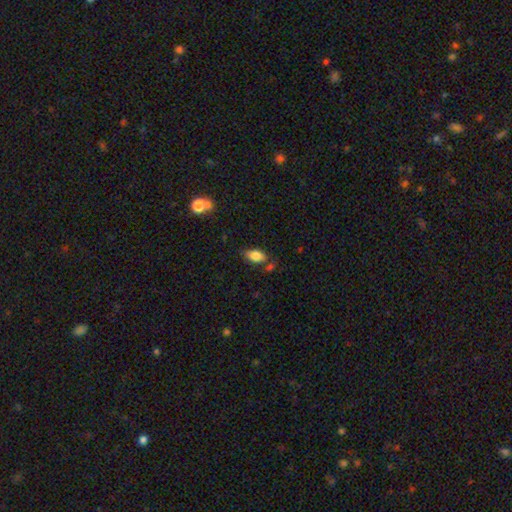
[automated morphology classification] A smooth galaxy with no disk features (81%) that is in between round and cigar-shaped (89%). Merging: none (67%).